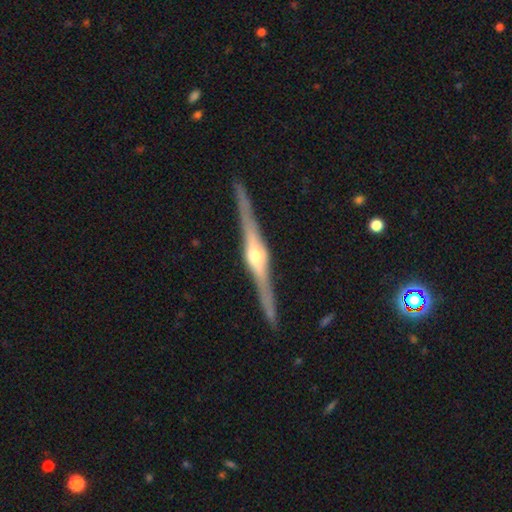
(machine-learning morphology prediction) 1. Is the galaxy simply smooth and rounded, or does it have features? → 87% featured or disk, 9% smooth, 5% star or artifact.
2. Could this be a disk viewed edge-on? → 98% yes, 2% no.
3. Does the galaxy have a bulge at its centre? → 91% rounded, 7% boxy, 3% none.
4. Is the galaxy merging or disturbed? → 91% none, 7% minor disturbance, 1% major disturbance, 1% merger.